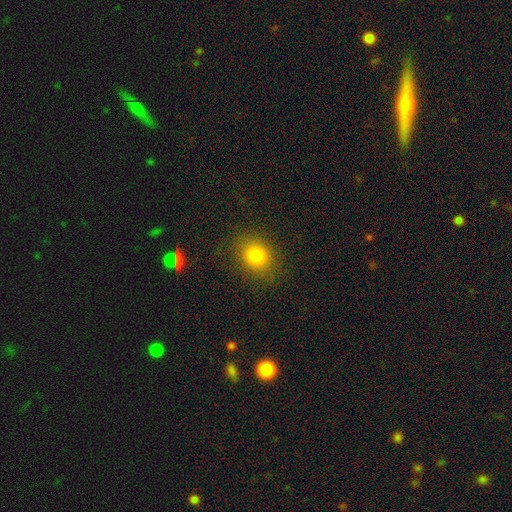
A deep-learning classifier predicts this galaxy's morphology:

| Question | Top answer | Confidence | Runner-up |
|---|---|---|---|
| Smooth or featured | smooth | 81% | star or artifact (12%) |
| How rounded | round | 62% | in between (37%) |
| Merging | none | 85% | minor disturbance (10%) |